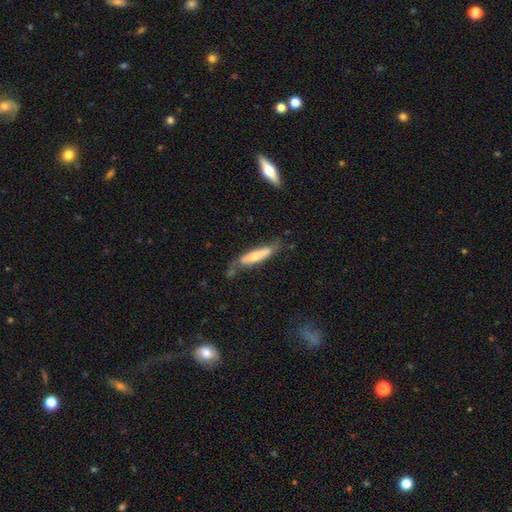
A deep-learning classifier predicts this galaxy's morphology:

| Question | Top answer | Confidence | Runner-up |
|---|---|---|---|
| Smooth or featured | smooth | 58% | featured or disk (36%) |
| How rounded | cigar-shaped | 82% | in between (17%) |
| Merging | none | 53% | minor disturbance (30%) |